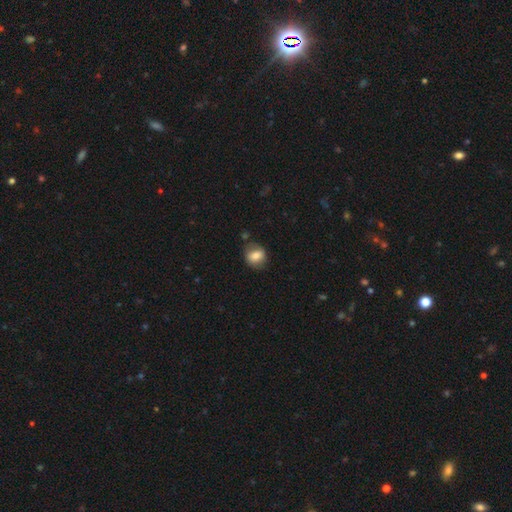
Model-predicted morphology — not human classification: Smooth or featured: smooth — 75% (featured or disk — 17%)
How rounded: round — 62% (in between — 37%)
Merging: none — 74% (minor disturbance — 17%)